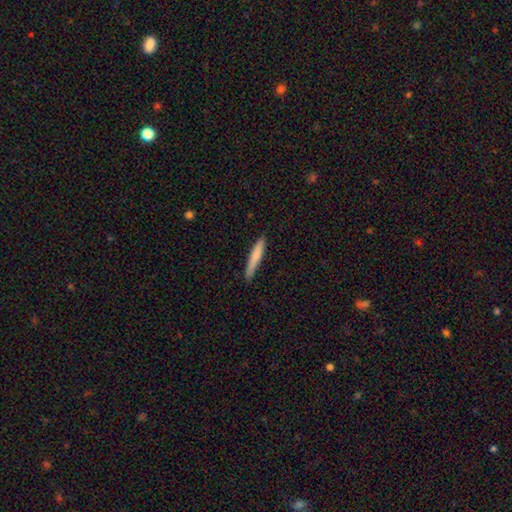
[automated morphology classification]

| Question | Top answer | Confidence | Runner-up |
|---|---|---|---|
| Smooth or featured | smooth | 77% | featured or disk (17%) |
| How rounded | cigar-shaped | 94% | in between (5%) |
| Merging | none | 86% | minor disturbance (11%) |